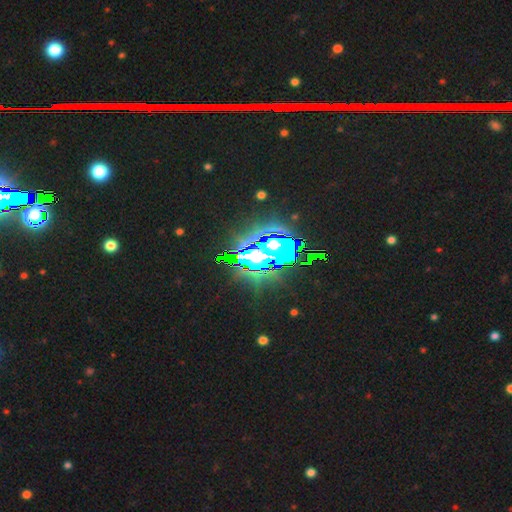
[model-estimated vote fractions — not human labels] Morphology: type=star or artifact (76%).